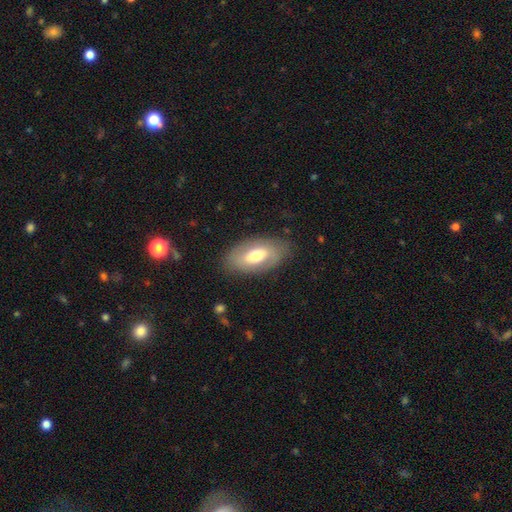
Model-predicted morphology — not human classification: Smooth or featured?
  - smooth: 57% *
  - featured or disk: 37%
  - star or artifact: 7%
How rounded?
  - in between: 92% *
  - round: 4%
  - cigar-shaped: 4%
Merging?
  - none: 80% *
  - minor disturbance: 14%
  - major disturbance: 5%
  - merger: 1%